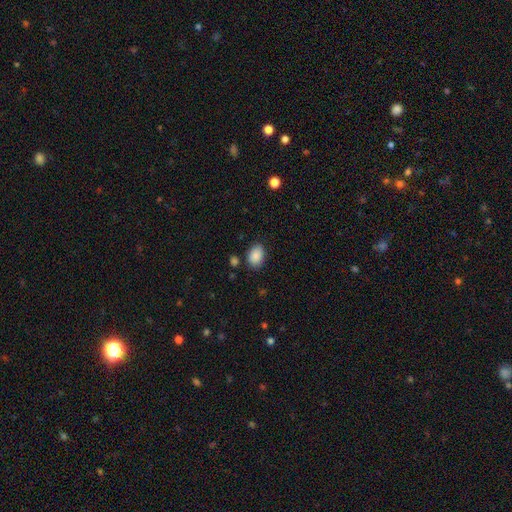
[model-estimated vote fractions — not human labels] Smooth or featured?
  - smooth: 88% *
  - star or artifact: 7%
  - featured or disk: 4%
How rounded?
  - in between: 82% *
  - round: 17%
  - cigar-shaped: 1%
Merging?
  - none: 81% *
  - minor disturbance: 13%
  - merger: 3%
  - major disturbance: 3%